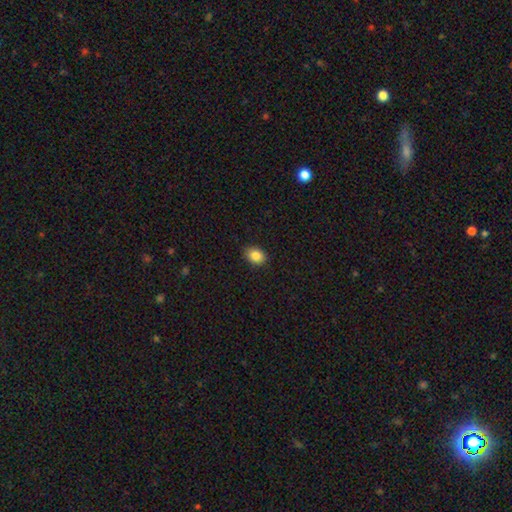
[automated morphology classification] This appears to be a smooth galaxy with no disk features (86%) that is in between round and cigar-shaped (70%). Merging: none (88%).